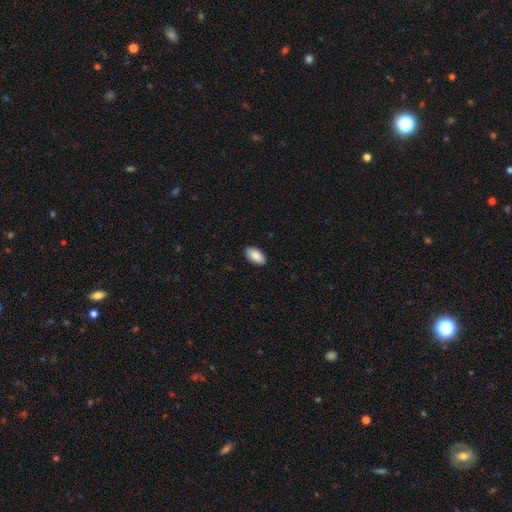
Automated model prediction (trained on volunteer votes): Morphology: type=smooth (89%); roundness=in between (95%); merging=none (89%).